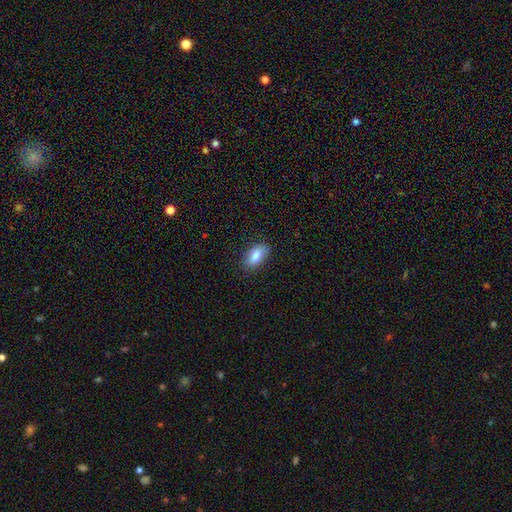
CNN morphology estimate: smooth-or-featured: smooth: 80% | featured or disk: 13% | star or artifact: 7%
  how-rounded: in between: 88% | cigar-shaped: 7% | round: 5%
  merging: none: 81% | minor disturbance: 15% | major disturbance: 3% | merger: 1%